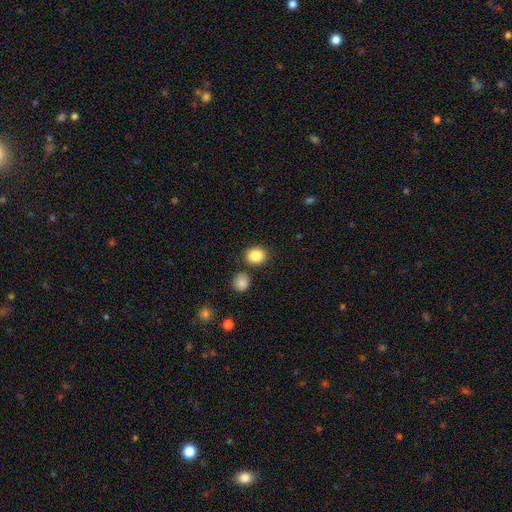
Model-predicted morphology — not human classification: Overall: smooth (86%). How rounded: round (69%; in between 30%). Merging: none (79%).